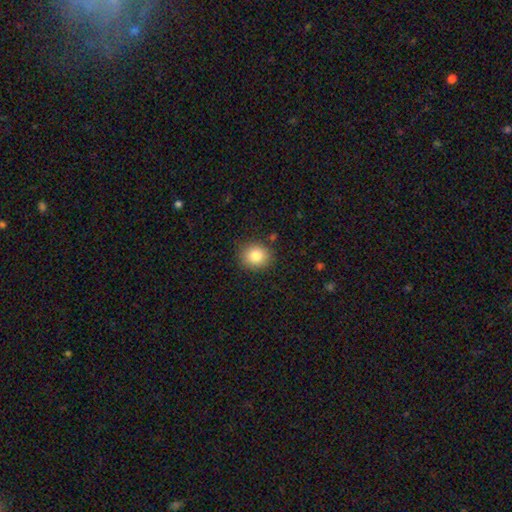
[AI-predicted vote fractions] Morphology: type=smooth (83%); roundness=round (78%); merging=none (87%).